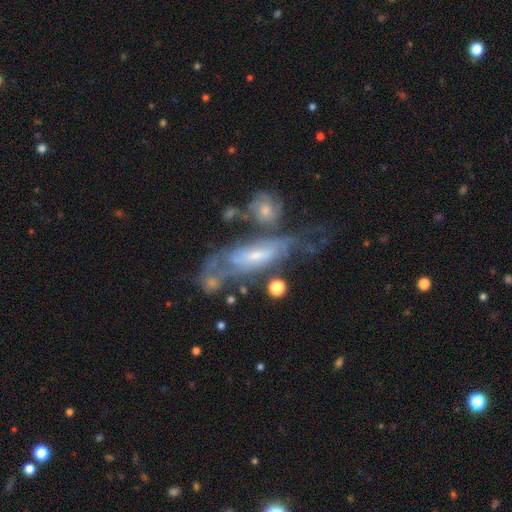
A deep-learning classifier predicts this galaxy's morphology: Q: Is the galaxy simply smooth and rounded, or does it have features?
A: featured or disk — 72%.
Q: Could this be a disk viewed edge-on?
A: no — 80%.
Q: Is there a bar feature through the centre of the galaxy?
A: no — 47%.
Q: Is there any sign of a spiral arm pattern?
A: yes — 73%.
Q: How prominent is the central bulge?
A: small — 56%.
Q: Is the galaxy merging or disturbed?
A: none — 34%.